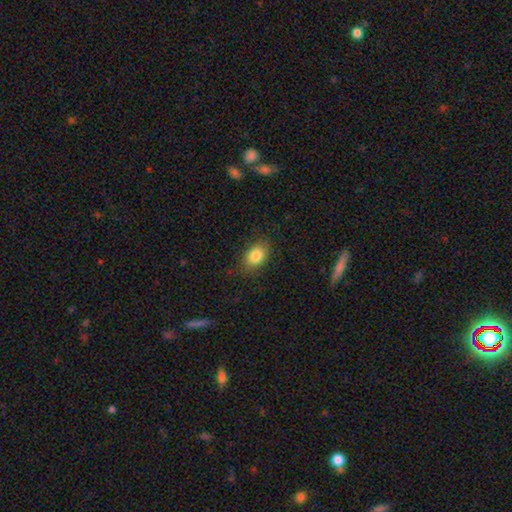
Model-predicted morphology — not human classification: Smooth or featured? Predicted: smooth (p=0.84). How rounded? Predicted: in between (p=0.78). Merging? Predicted: none (p=0.81).